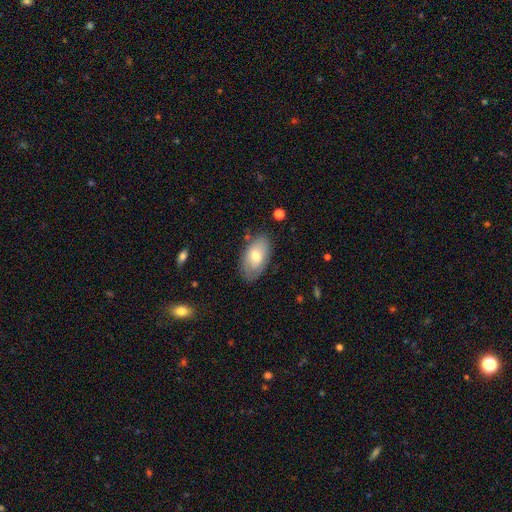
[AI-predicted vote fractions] Smooth or featured: smooth — 68% (featured or disk — 25%)
How rounded: in between — 94% (round — 4%)
Merging: none — 79% (minor disturbance — 16%)